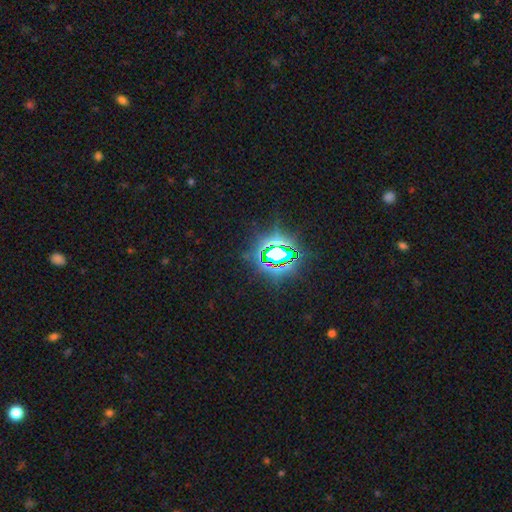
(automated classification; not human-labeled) A star or artifact, not a galaxy (83%).